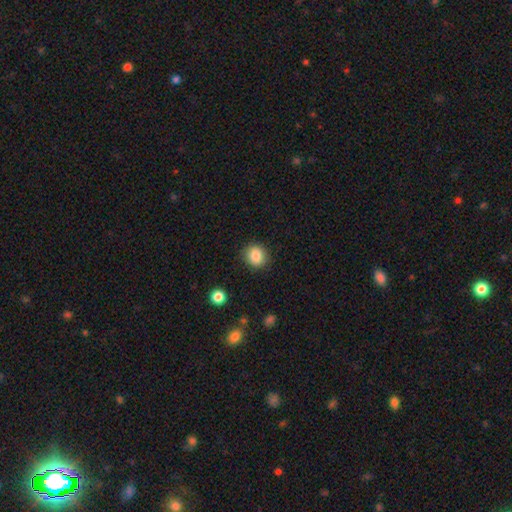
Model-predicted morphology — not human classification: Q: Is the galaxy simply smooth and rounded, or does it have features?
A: smooth — 86%.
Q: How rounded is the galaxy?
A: round — 80%.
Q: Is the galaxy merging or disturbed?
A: none — 87%.